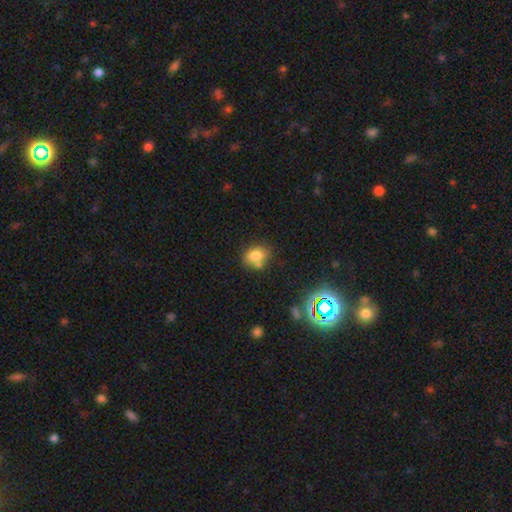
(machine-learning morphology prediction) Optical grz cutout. It shows a smooth galaxy with no disk features (79%) that is in between round and cigar-shaped (63%). Merging: none (59%).